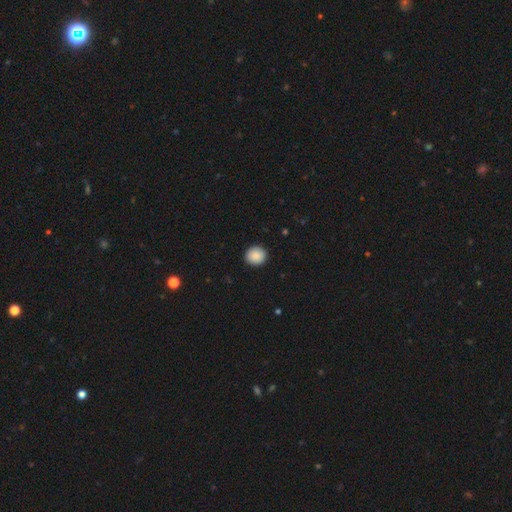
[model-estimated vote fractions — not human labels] smooth_or_featured: smooth (p=0.89) [alt: star or artifact p=0.08]
how_rounded: round (p=0.89) [alt: in between p=0.10]
merging: none (p=0.92) [alt: minor disturbance p=0.05]